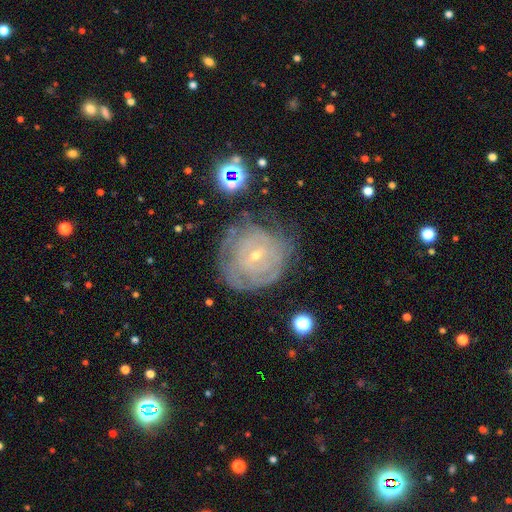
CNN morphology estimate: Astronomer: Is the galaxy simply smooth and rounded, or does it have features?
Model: featured or disk — 74%.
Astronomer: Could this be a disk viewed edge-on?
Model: no — 97%.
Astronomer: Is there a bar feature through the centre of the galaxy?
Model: no — 57% (runner-up: weak, 34%).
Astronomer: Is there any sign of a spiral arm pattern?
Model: yes — 83%.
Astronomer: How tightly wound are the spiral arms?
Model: tight — 76%.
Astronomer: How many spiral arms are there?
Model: can't tell — 58%.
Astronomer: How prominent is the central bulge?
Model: small — 77%.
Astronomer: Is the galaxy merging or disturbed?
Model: none — 63%.